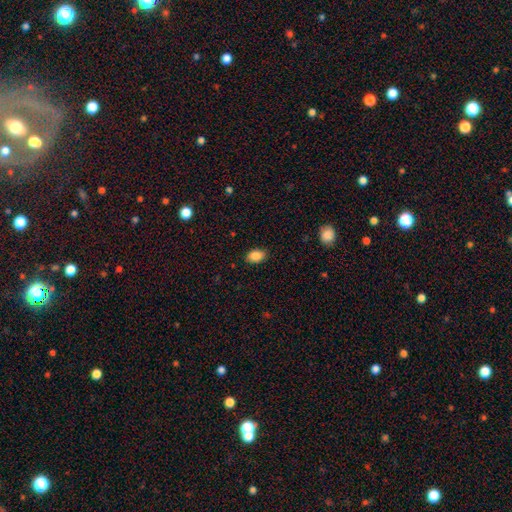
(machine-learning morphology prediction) Q: Smooth or featured?
A: smooth (87%); runner-up: star or artifact (8%)
Q: How rounded?
A: in between (87%); runner-up: round (12%)
Q: Merging?
A: none (87%); runner-up: minor disturbance (10%)